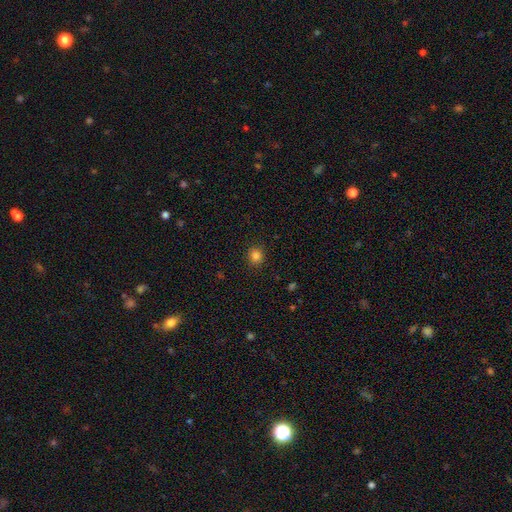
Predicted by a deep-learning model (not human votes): This is clearly a smooth galaxy (83%). How rounded: clearly round (83%). Merging: clearly none (90%).